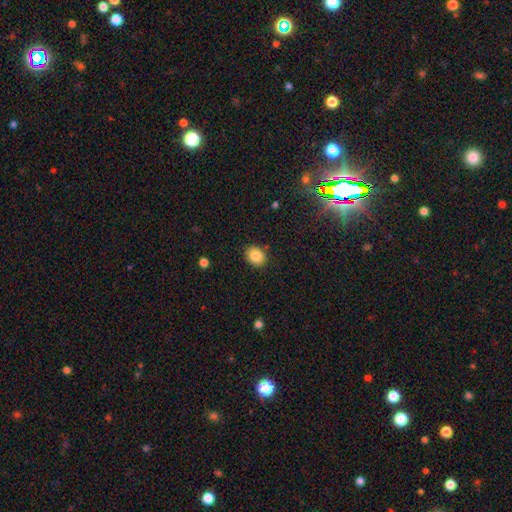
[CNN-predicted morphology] type=smooth (84%); roundness=round (56%); merging=none (88%).